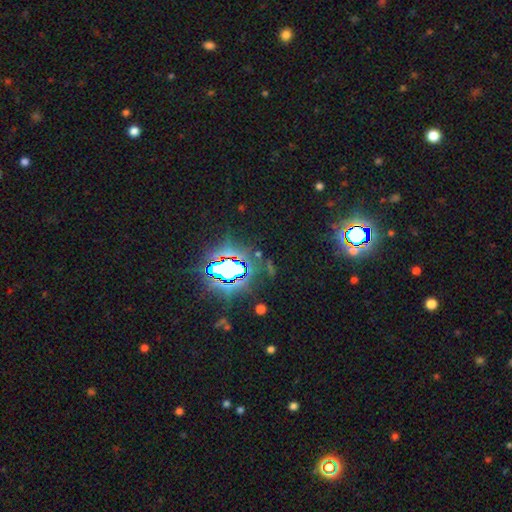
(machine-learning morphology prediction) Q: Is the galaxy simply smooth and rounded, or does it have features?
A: star or artifact — 80%.